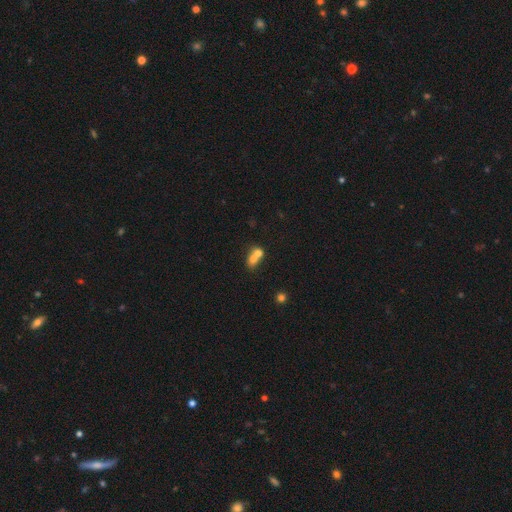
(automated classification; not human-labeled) Smooth or featured? smooth (69%)
How rounded? round (53%)
Merging? merger (71%)